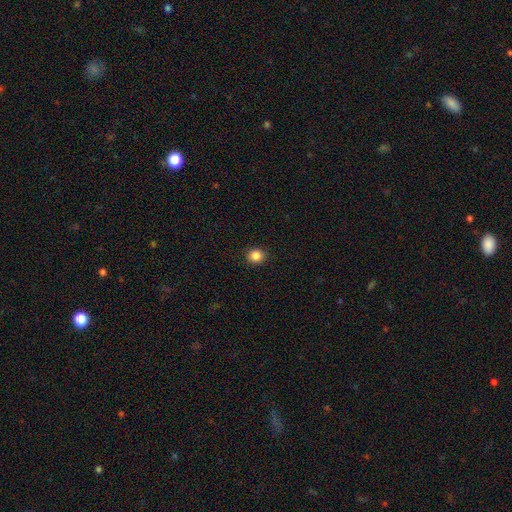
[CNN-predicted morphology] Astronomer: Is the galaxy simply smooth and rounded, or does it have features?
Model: smooth — 86%.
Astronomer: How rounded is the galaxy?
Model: round — 86%.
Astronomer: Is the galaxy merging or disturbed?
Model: none — 92%.